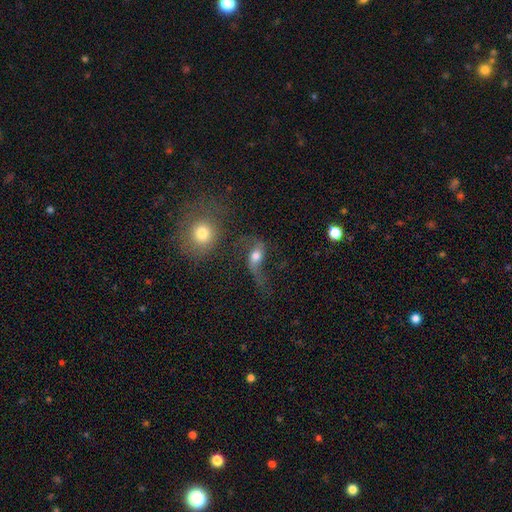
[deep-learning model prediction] Smooth or featured?
  - featured or disk: 55% *
  - smooth: 33%
  - star or artifact: 12%
Edge-on disk?
  - no: 93% *
  - yes: 7%
Bar?
  - no: 60% *
  - weak: 29%
  - strong: 11%
Spiral arms?
  - yes: 79% *
  - no: 21%
Bulge size?
  - moderate: 58% *
  - large: 21%
  - small: 14%
  - dominant: 4%
  - none: 3%
Merging?
  - none: 34% *
  - major disturbance: 31%
  - merger: 20%
  - minor disturbance: 16%